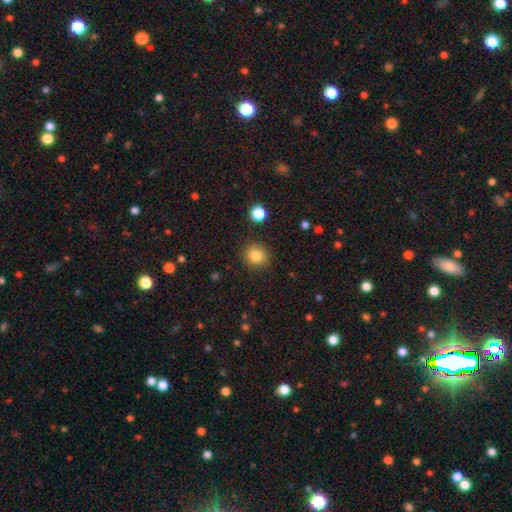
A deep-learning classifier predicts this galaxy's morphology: A smooth galaxy with no disk features (84%) that is round (88%).

Vote fractions:
- Smooth or featured? smooth: 84% / star or artifact: 11% / featured or disk: 6%
- How rounded? round: 88% / in between: 11% / cigar-shaped: 1%
- Merging? none: 89% / minor disturbance: 7% / major disturbance: 3% / merger: 2%